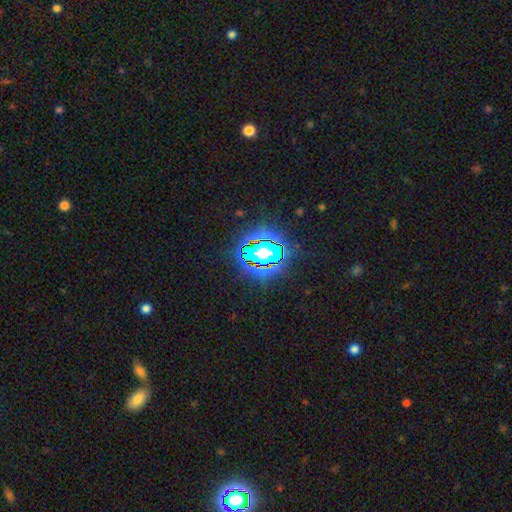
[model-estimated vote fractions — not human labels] smooth_or_featured: star or artifact (p=0.81) [alt: smooth p=0.11]